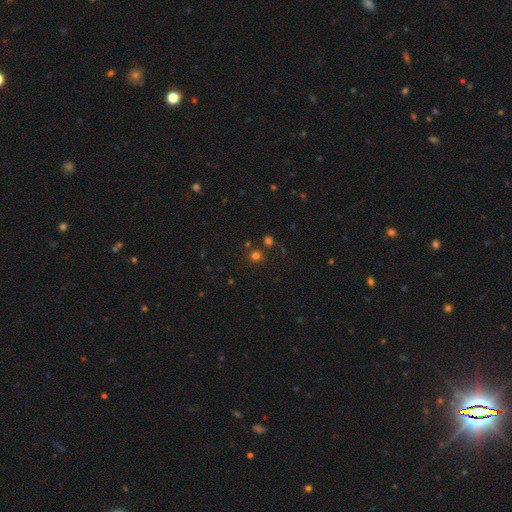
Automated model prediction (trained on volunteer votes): This is likely a smooth galaxy (70%). How rounded: clearly round (90%). Merging: likely none (80%).